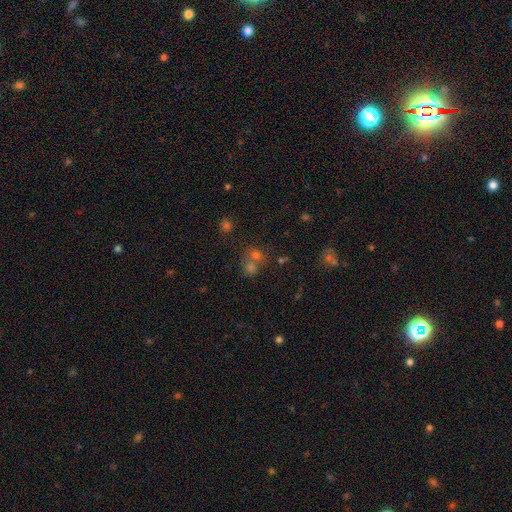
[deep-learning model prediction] Overall: smooth (56%; star or artifact 31%). How rounded: round (78%). Merging: none (47%; merger 43%).